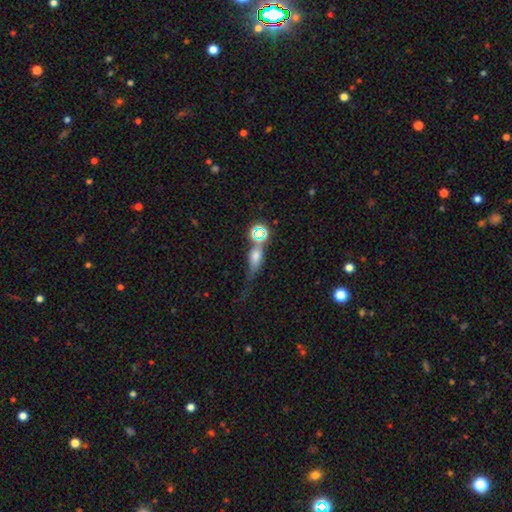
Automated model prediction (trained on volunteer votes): Smooth or featured?
  - smooth: 48% *
  - featured or disk: 28%
  - star or artifact: 24%
Merging?
  - none: 47% *
  - minor disturbance: 21%
  - major disturbance: 17%
  - merger: 16%